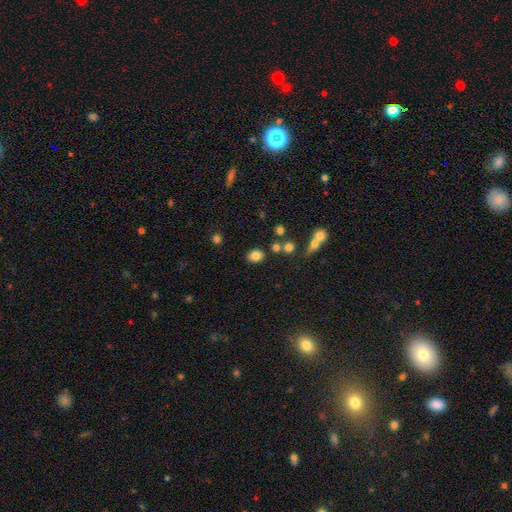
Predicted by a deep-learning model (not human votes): The model was most divided on "how rounded": in between: 56%, round: 43%, cigar-shaped: 1%. More confident: smooth or featured — smooth (82%); merging — none (78%).